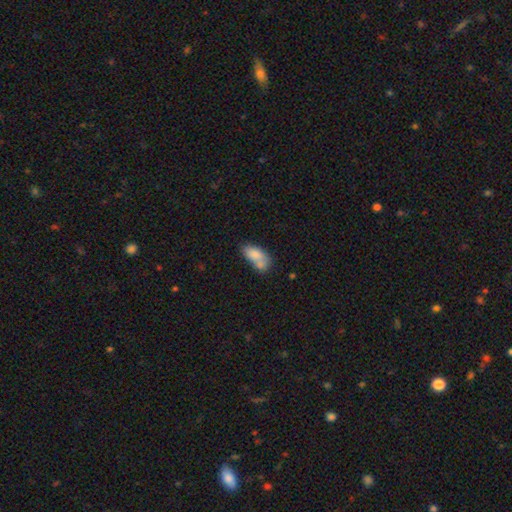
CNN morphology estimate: Smooth or featured: smooth — 77% (featured or disk — 15%)
How rounded: in between — 88% (cigar-shaped — 7%)
Merging: merger — 40% (none — 35%)